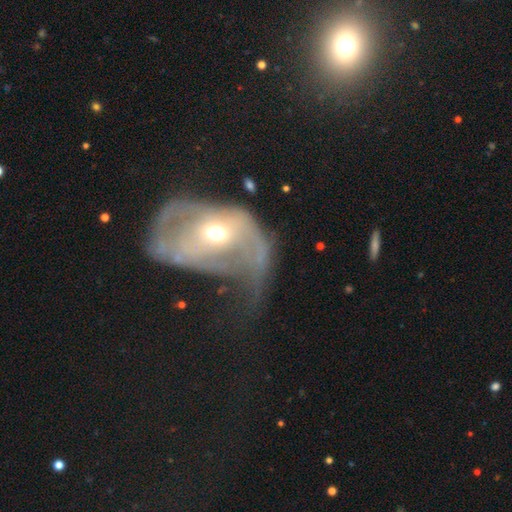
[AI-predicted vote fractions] Overall: featured or disk (65%; smooth 27%). Edge-on disk: no (95%). Bar: no (64%; weak 26%). Spiral arms: yes (51%; no 49%). Bulge size: moderate (67%). Merging: major disturbance (62%).